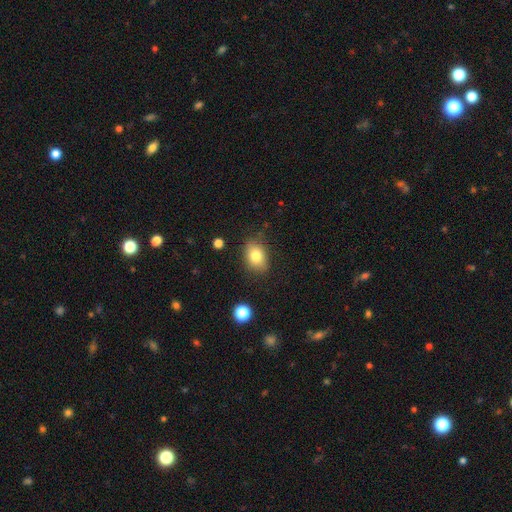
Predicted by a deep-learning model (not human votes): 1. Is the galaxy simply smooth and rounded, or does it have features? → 80% smooth, 11% featured or disk, 9% star or artifact.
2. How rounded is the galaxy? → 75% in between, 24% round, 1% cigar-shaped.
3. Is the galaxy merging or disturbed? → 81% none, 14% minor disturbance, 3% major disturbance, 2% merger.